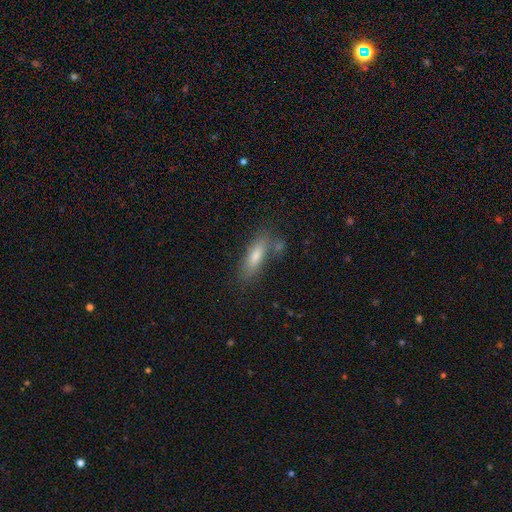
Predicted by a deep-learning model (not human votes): smooth 71%, featured or disk 20%, star or artifact 9%. Down the decision tree: how rounded — cigar-shaped (53%); merging — none (71%).